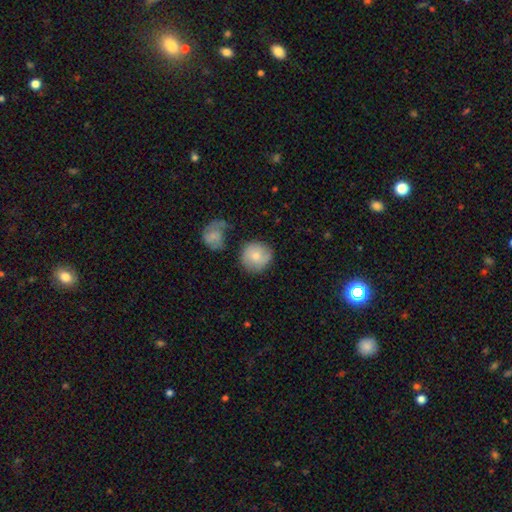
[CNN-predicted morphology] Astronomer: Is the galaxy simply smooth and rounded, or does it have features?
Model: smooth — 71%.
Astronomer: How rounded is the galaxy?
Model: round — 92%.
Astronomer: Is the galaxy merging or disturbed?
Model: none — 68%.